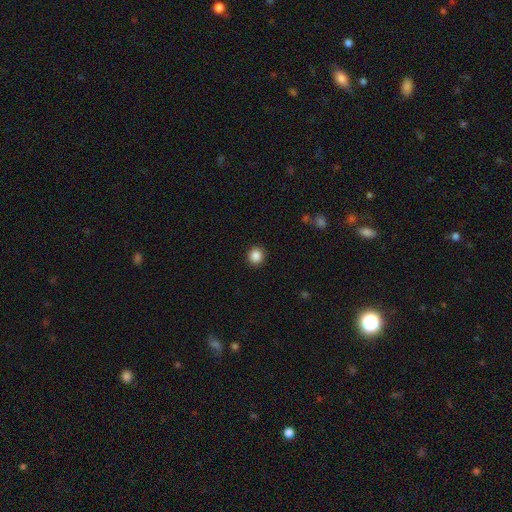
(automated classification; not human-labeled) Morphology: type=smooth (87%); roundness=round (92%); merging=none (92%).